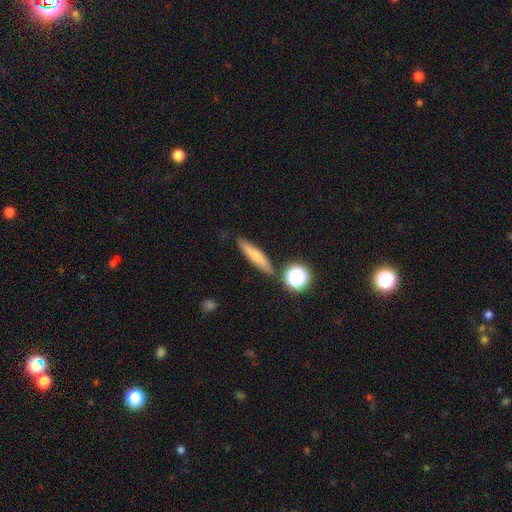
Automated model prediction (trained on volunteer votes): smooth-or-featured: smooth: 66% | featured or disk: 24% | star or artifact: 10%
  how-rounded: cigar-shaped: 80% | in between: 14% | round: 6%
  merging: none: 82% | minor disturbance: 10% | merger: 5% | major disturbance: 3%